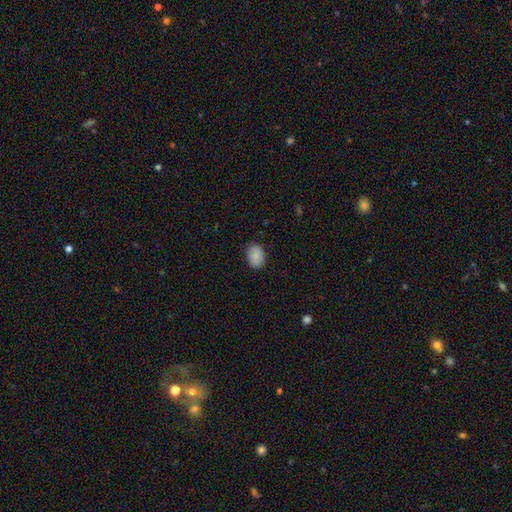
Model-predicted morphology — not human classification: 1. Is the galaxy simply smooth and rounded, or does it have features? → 89% smooth, 7% star or artifact, 4% featured or disk.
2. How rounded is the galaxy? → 72% in between, 27% round, 1% cigar-shaped.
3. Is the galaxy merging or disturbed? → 85% none, 11% minor disturbance, 2% major disturbance, 1% merger.